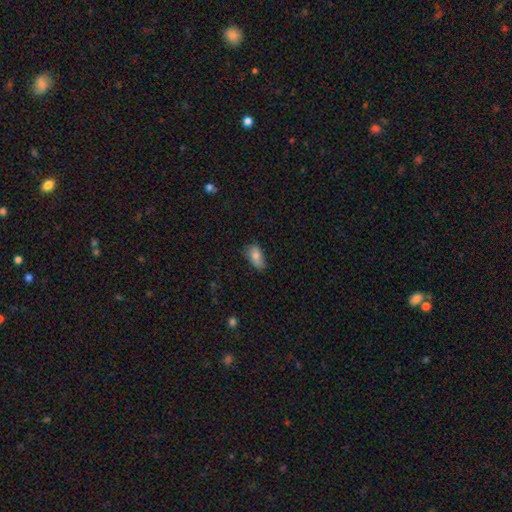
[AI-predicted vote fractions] Smooth or featured? Predicted: smooth (p=0.77). How rounded? Predicted: in between (p=0.90). Merging? Predicted: none (p=0.58).